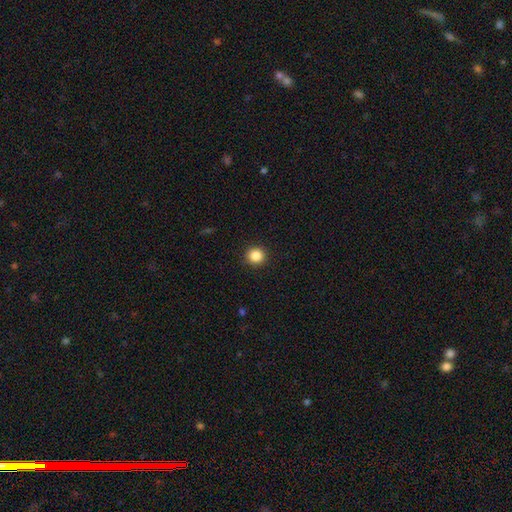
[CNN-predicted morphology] The model was most divided on "smooth or featured": smooth: 86%, star or artifact: 10%, featured or disk: 3%. More confident: how rounded — round (93%); merging — none (92%).